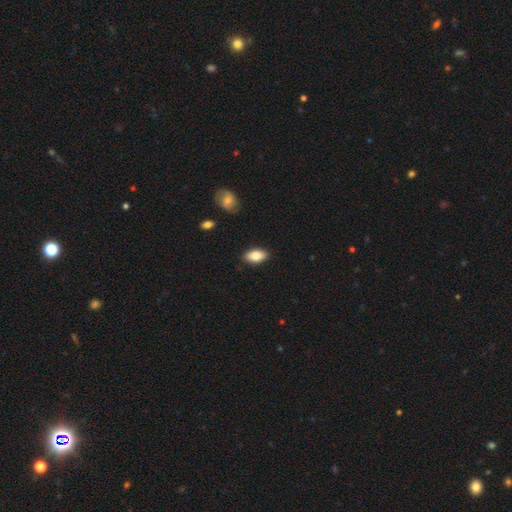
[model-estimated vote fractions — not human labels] Q: Smooth or featured?
A: smooth (82%); runner-up: featured or disk (11%)
Q: How rounded?
A: in between (92%); runner-up: cigar-shaped (4%)
Q: Merging?
A: none (88%); runner-up: minor disturbance (9%)